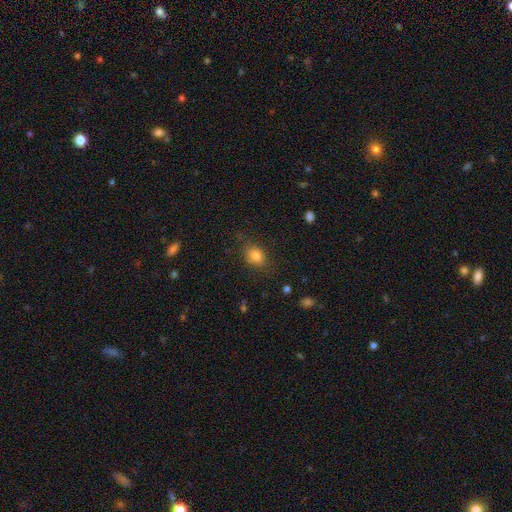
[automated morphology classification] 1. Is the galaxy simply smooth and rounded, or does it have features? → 81% smooth, 11% star or artifact, 8% featured or disk.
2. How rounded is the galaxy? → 62% in between, 36% round, 1% cigar-shaped.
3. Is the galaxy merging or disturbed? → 79% none, 15% minor disturbance, 5% major disturbance, 2% merger.